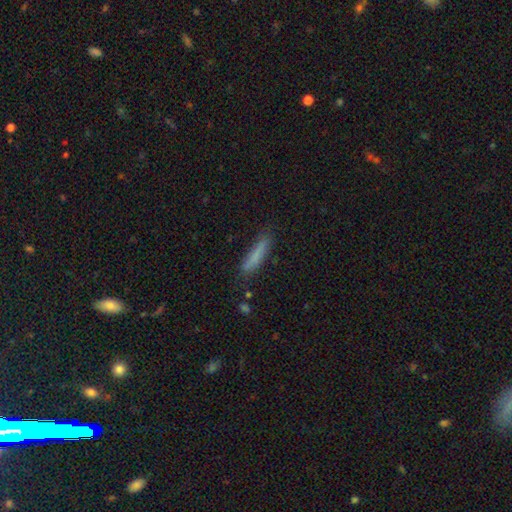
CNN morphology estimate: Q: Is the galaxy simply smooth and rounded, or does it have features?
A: smooth — 79%.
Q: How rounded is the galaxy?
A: cigar-shaped — 87%.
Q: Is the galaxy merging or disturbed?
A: none — 77%.